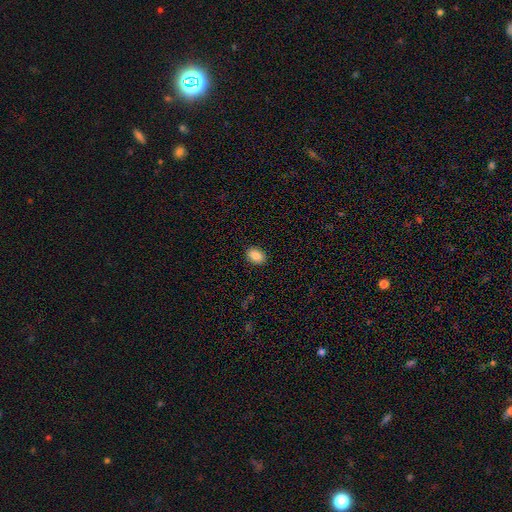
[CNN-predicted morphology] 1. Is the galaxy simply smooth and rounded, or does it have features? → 88% smooth, 8% star or artifact, 4% featured or disk.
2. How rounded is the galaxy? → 76% in between, 22% round, 1% cigar-shaped.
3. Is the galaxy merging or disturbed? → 88% none, 8% minor disturbance, 2% major disturbance, 1% merger.